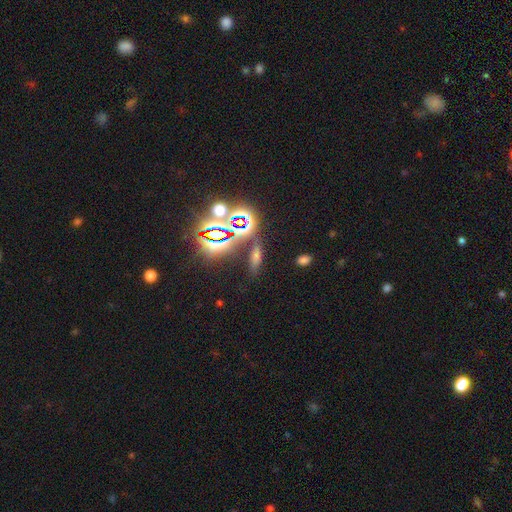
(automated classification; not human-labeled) The model was most divided on "smooth or featured": star or artifact: 46%, smooth: 38%, featured or disk: 16%.